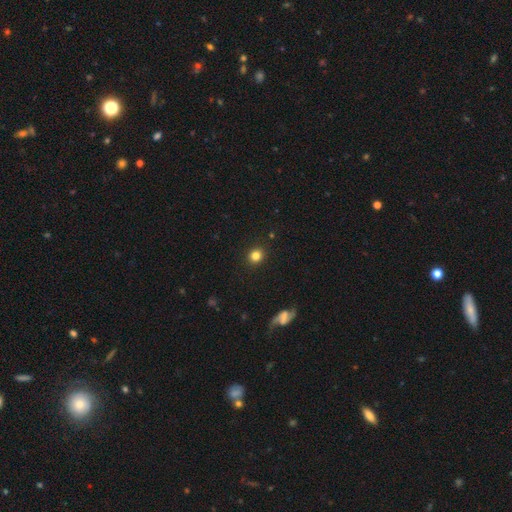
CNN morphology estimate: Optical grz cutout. It shows a smooth galaxy with no disk features (82%) that is round (88%). Merging: none (91%).